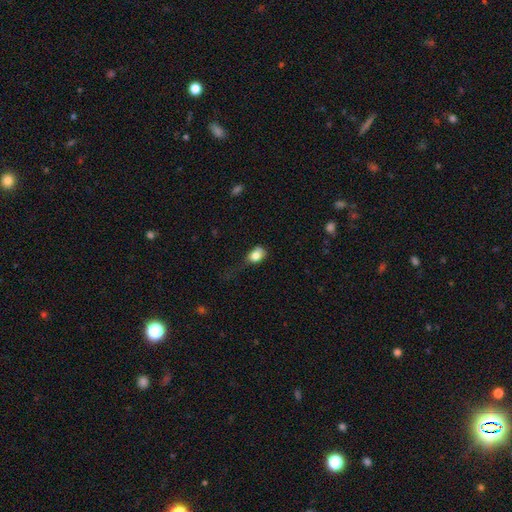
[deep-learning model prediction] Morphology: type=smooth (82%); roundness=in between (65%); merging=minor disturbance (37%).